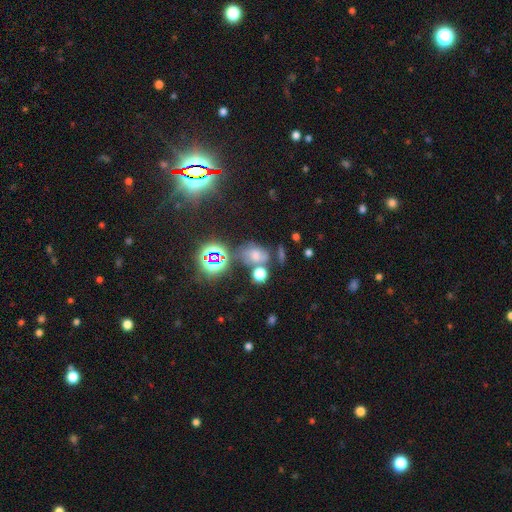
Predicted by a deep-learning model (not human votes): Smooth or featured?
  - smooth: 46% *
  - star or artifact: 34%
  - featured or disk: 20%
Merging?
  - none: 47% *
  - merger: 21%
  - minor disturbance: 19%
  - major disturbance: 12%